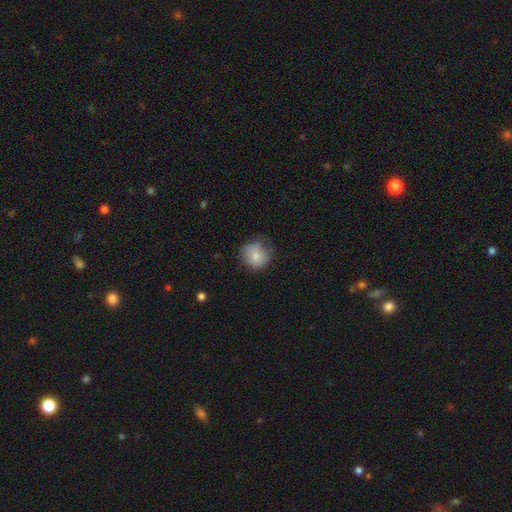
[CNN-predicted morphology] This is likely a smooth galaxy (78%). How rounded: clearly round (84%). Merging: possibly none (58%).